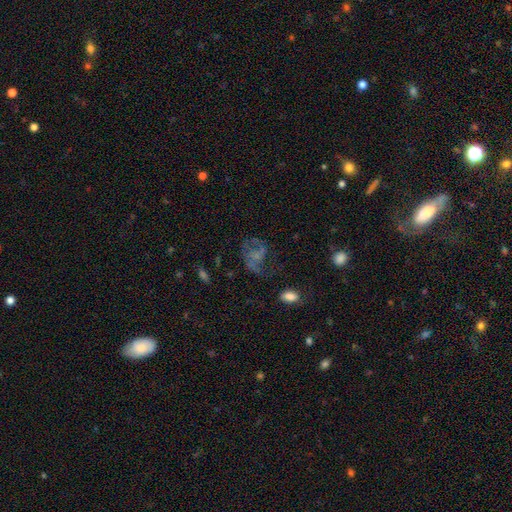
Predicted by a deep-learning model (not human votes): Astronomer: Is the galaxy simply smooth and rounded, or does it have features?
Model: featured or disk — 57%.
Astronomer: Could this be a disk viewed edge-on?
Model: no — 97%.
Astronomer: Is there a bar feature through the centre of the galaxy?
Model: no — 75%.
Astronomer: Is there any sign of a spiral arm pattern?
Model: yes — 63%.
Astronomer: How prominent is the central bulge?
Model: none — 44% (runner-up: small, 37%).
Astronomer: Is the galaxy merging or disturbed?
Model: none — 41% (runner-up: major disturbance, 35%).